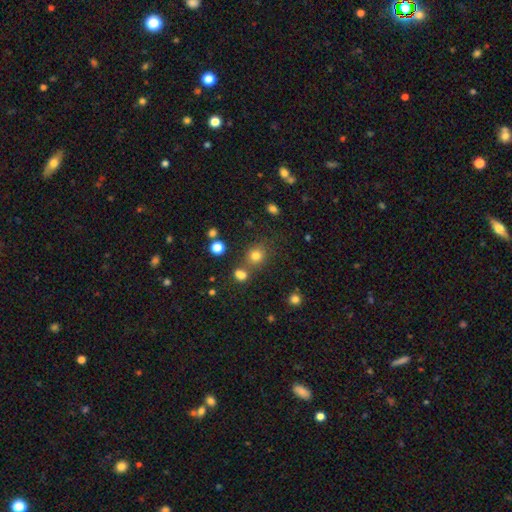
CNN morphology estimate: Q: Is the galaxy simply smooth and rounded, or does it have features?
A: smooth — 77%.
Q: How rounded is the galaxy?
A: round — 81%.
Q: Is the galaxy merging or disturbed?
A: none — 69%.